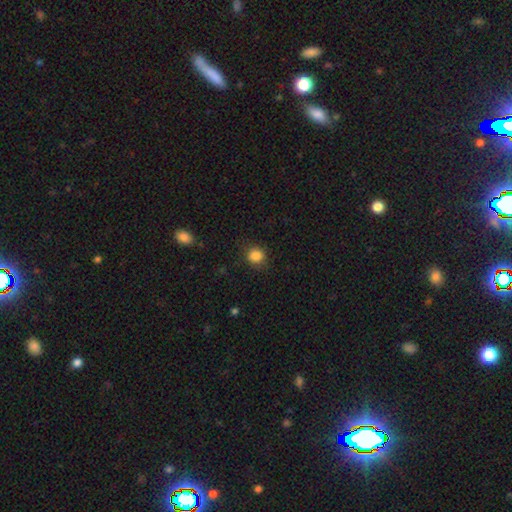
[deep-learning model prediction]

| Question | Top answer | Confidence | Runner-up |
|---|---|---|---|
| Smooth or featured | smooth | 85% | star or artifact (11%) |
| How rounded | round | 86% | in between (13%) |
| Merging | none | 85% | minor disturbance (10%) |